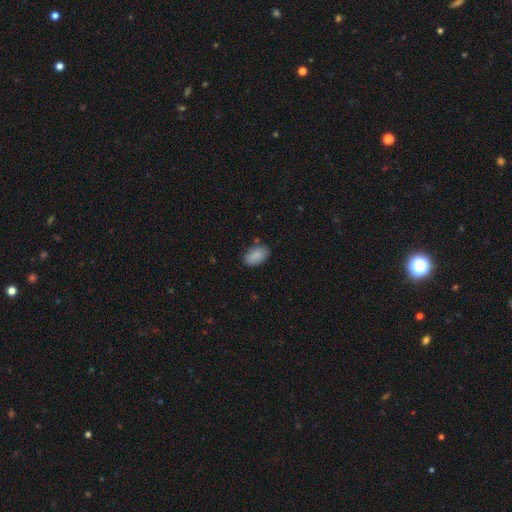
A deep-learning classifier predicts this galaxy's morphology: smooth 88%, star or artifact 7%, featured or disk 5%. Down the decision tree: how rounded — in between (93%); merging — none (79%).